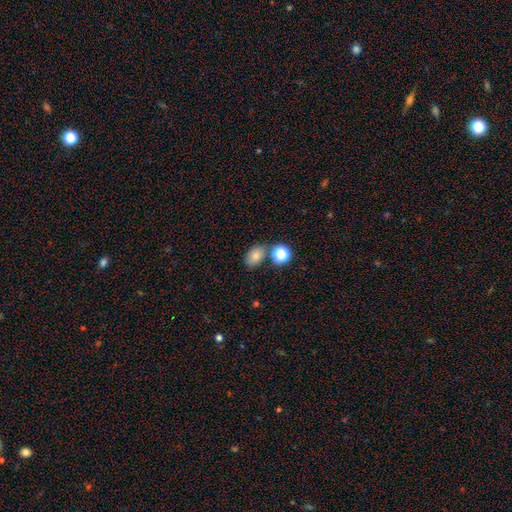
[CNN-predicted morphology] Smooth or featured? Predicted: smooth (p=0.79). How rounded? Predicted: in between (p=0.77). Merging? Predicted: none (p=0.69).